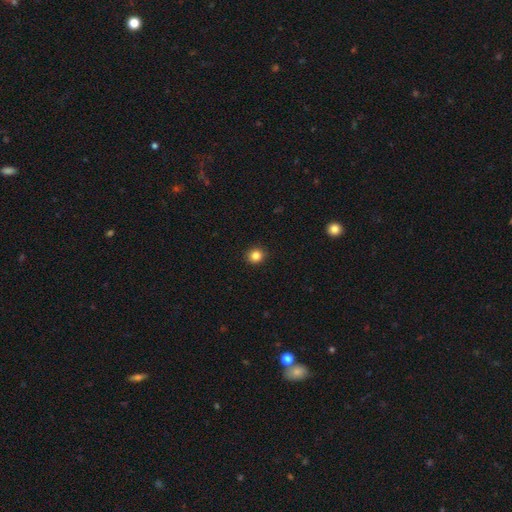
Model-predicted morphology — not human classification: Q: Smooth or featured?
A: smooth (85%); runner-up: star or artifact (11%)
Q: How rounded?
A: round (88%); runner-up: in between (11%)
Q: Merging?
A: none (92%); runner-up: minor disturbance (5%)